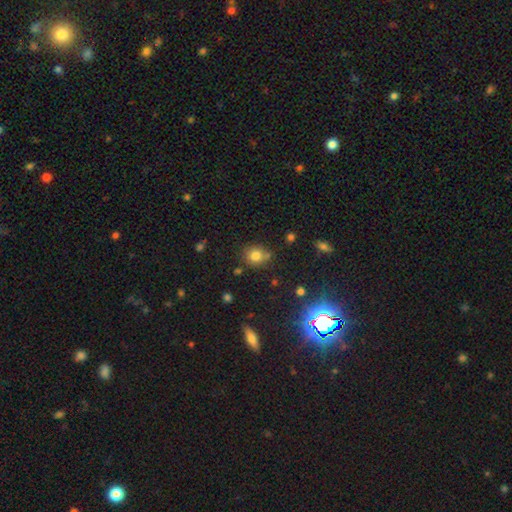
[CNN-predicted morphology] smooth 79%, star or artifact 14%, featured or disk 7%. Down the decision tree: how rounded — round (74%); merging — none (69%).